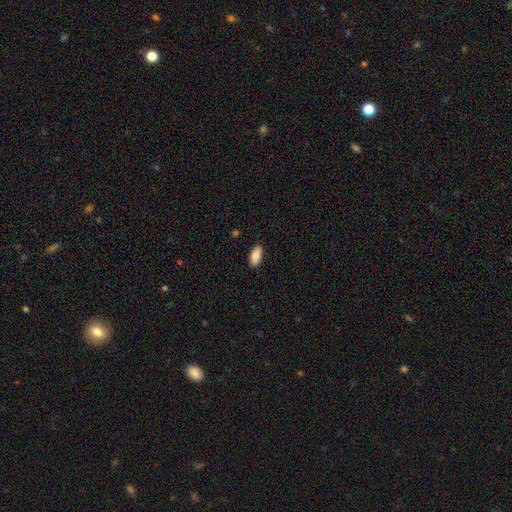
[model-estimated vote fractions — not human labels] Overall: smooth (89%). How rounded: in between (89%). Merging: none (87%).